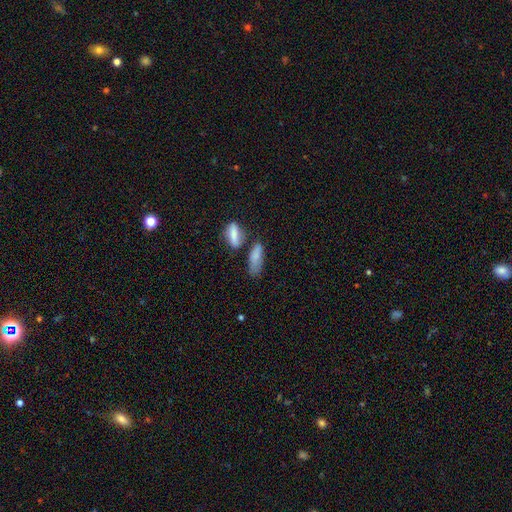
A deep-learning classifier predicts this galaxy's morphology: A smooth galaxy with no disk features (79%) that is in between round and cigar-shaped (68%).

Vote fractions:
- Smooth or featured? smooth: 79% / featured or disk: 13% / star or artifact: 8%
- How rounded? in between: 68% / cigar-shaped: 28% / round: 4%
- Merging? none: 43% / minor disturbance: 26% / merger: 20% / major disturbance: 11%